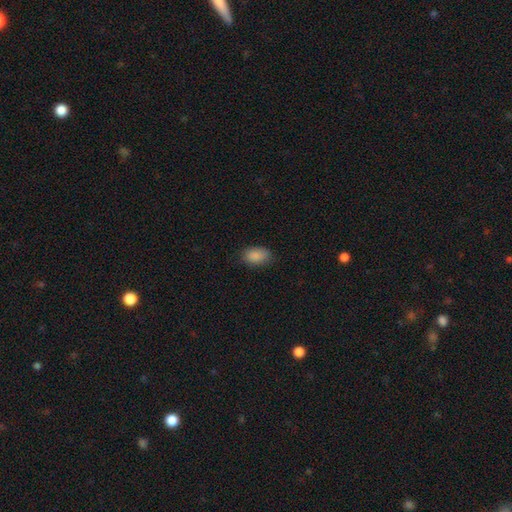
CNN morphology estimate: This appears to be a smooth galaxy with no disk features (88%) that is in between round and cigar-shaped (91%). Merging: none (80%).